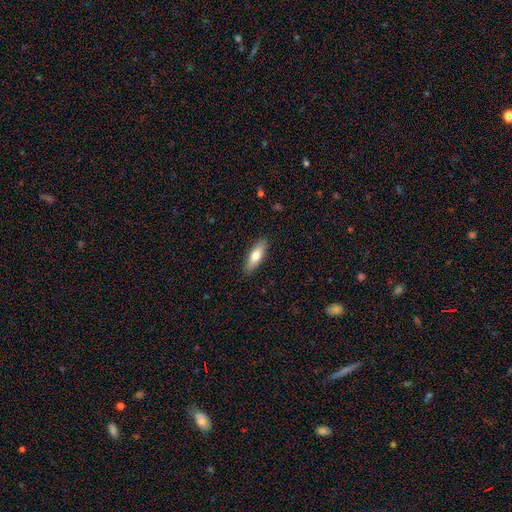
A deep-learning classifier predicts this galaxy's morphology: A smooth galaxy with no disk features (70%) that is in between round and cigar-shaped (58%). Merging: none (89%).